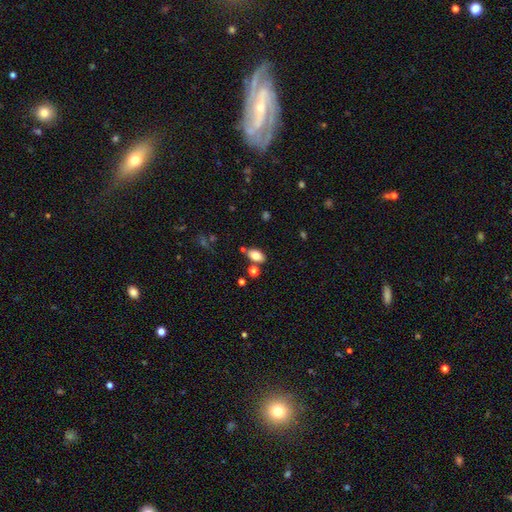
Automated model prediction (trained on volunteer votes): Smooth or featured? Predicted: smooth (p=0.80). How rounded? Predicted: in between (p=0.90). Merging? Predicted: none (p=0.74).